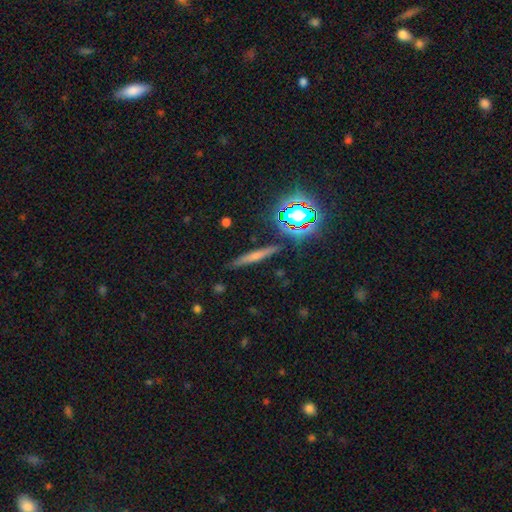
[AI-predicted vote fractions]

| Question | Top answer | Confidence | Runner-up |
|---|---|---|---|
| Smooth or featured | smooth | 42% | featured or disk (37%) |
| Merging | none | 87% | minor disturbance (9%) |